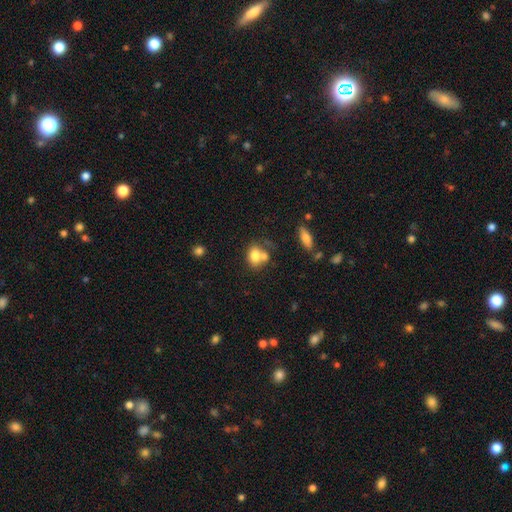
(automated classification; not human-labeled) Smooth or featured: smooth — 76% (featured or disk — 14%)
How rounded: in between — 58% (round — 41%)
Merging: merger — 43% (none — 39%)